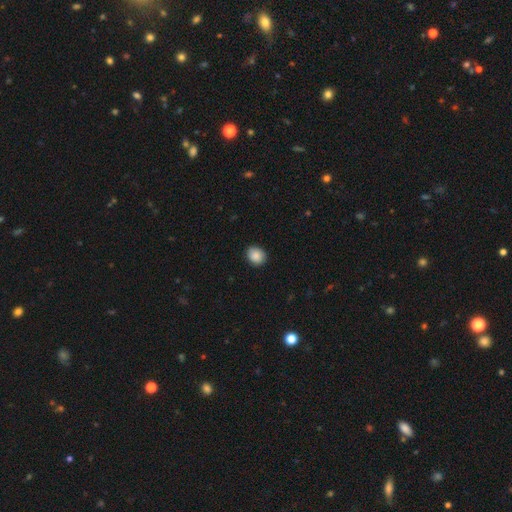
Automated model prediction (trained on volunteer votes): smooth-or-featured: smooth: 89% | star or artifact: 8% | featured or disk: 3%
  how-rounded: round: 64% | in between: 35% | cigar-shaped: 1%
  merging: none: 88% | minor disturbance: 9% | major disturbance: 2% | merger: 1%